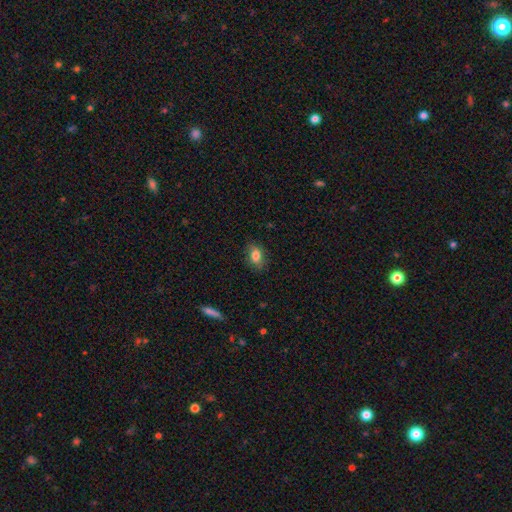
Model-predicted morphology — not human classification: Smooth or featured: smooth — 81% (featured or disk — 11%)
How rounded: in between — 80% (round — 18%)
Merging: none — 82% (minor disturbance — 14%)